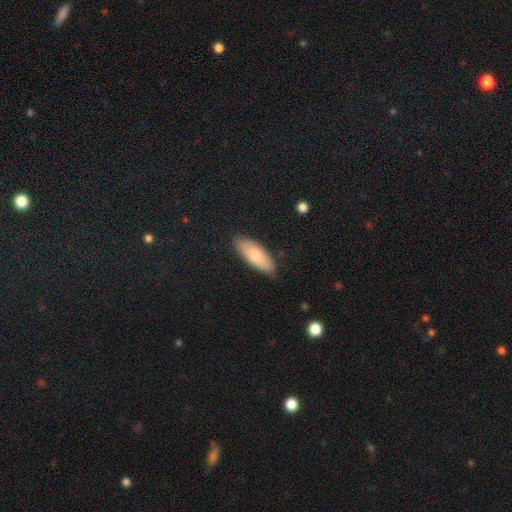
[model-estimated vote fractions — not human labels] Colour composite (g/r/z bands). It shows a smooth galaxy with no disk features (72%) that is in between round and cigar-shaped (77%). Merging: none (84%).